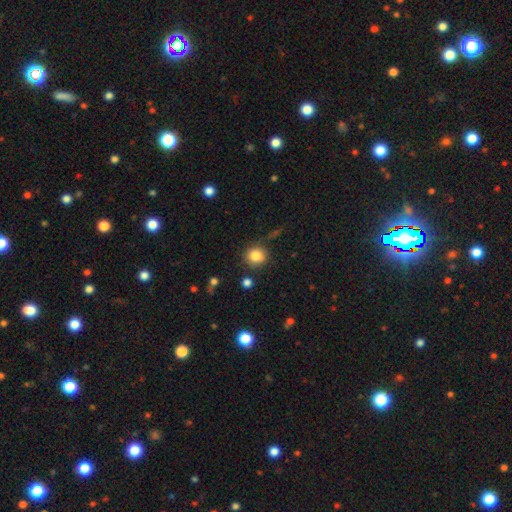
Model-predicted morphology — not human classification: This is clearly a smooth galaxy (84%). How rounded: clearly round (85%). Merging: clearly none (83%).